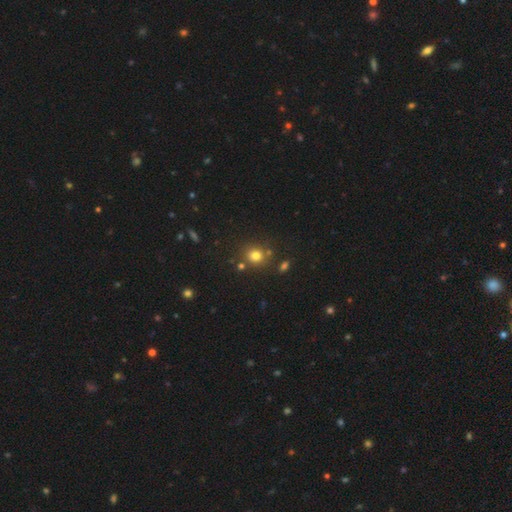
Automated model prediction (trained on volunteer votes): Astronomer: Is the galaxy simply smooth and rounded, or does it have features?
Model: smooth — 77%.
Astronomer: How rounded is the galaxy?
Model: round — 80%.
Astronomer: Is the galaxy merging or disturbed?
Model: none — 76%.